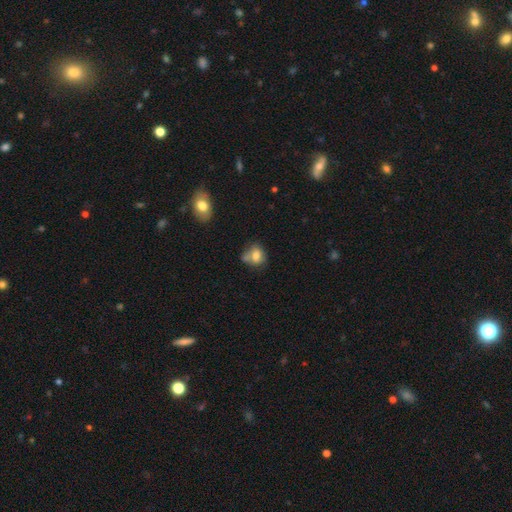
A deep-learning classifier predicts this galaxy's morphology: Overall: smooth (73%). How rounded: round (52%; in between 47%). Merging: none (43%; merger 24%).